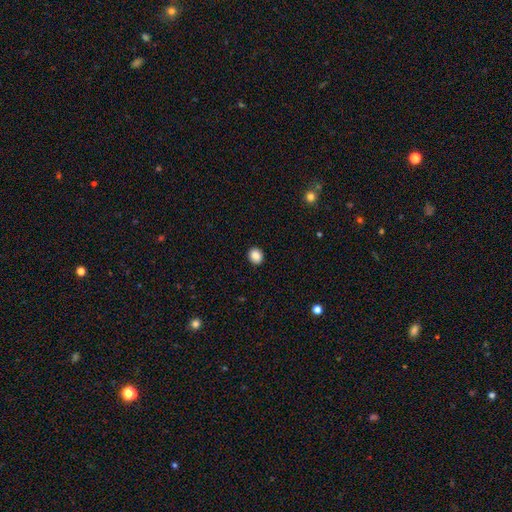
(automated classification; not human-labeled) smooth 87%, star or artifact 9%, featured or disk 4%. Down the decision tree: how rounded — round (71%); merging — none (91%).